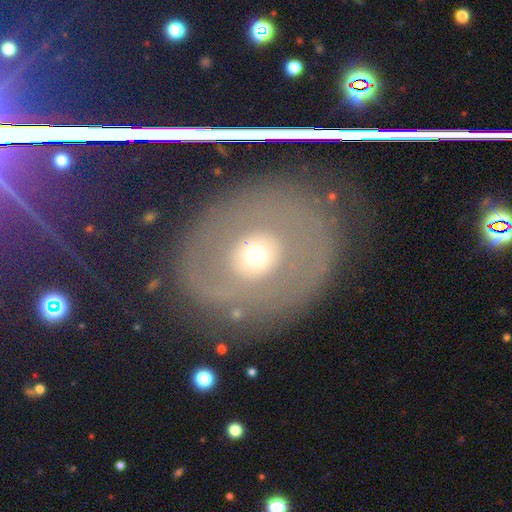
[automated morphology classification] A featured or disk galaxy (50%). Merging: none (76%).